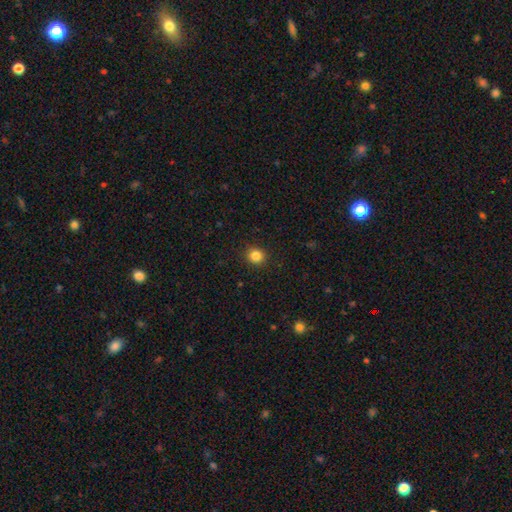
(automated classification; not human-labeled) Smooth or featured?
  - smooth: 84% *
  - star or artifact: 12%
  - featured or disk: 4%
How rounded?
  - round: 88% *
  - in between: 11%
  - cigar-shaped: 1%
Merging?
  - none: 91% *
  - minor disturbance: 7%
  - major disturbance: 2%
  - merger: 1%